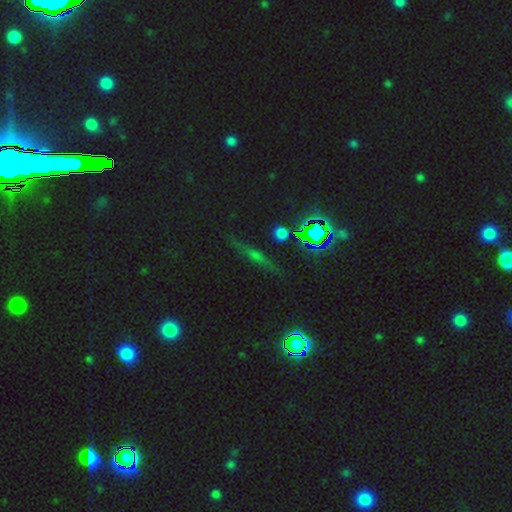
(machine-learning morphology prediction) This is marginally a star or artifact rather than a galaxy (44%).